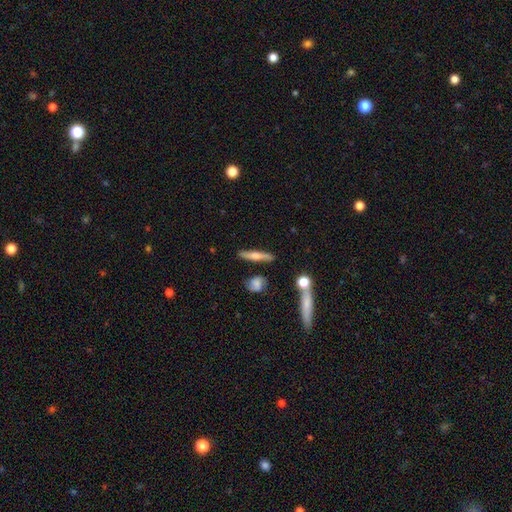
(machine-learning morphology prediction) type=featured or disk (47%); merging=none (80%).